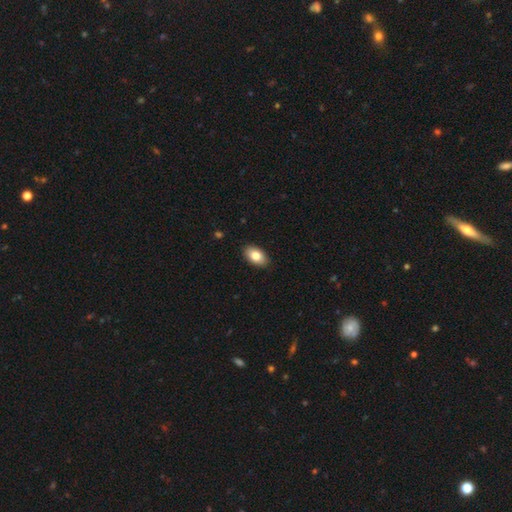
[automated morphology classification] A smooth galaxy with no disk features (82%) that is in between round and cigar-shaped (93%). Merging: none (89%).